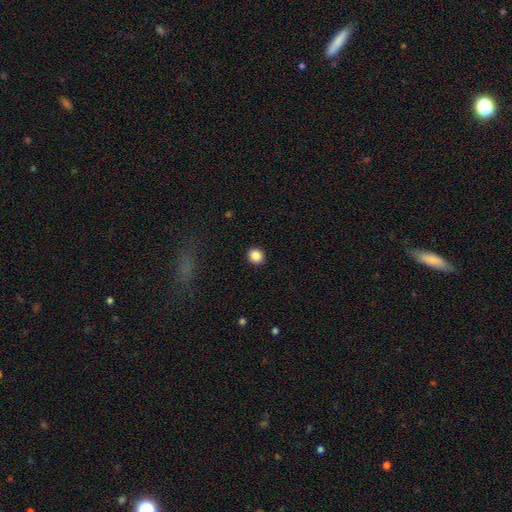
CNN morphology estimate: Smooth or featured? Predicted: smooth (p=0.87). How rounded? Predicted: round (p=0.75). Merging? Predicted: none (p=0.92).